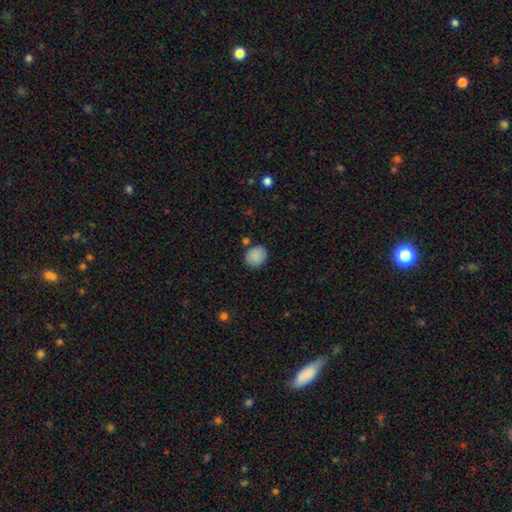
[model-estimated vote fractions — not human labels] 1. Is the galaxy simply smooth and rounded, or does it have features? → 88% smooth, 8% star or artifact, 4% featured or disk.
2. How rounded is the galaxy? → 61% round, 38% in between, 1% cigar-shaped.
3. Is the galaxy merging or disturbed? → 81% none, 12% minor disturbance, 4% merger, 3% major disturbance.